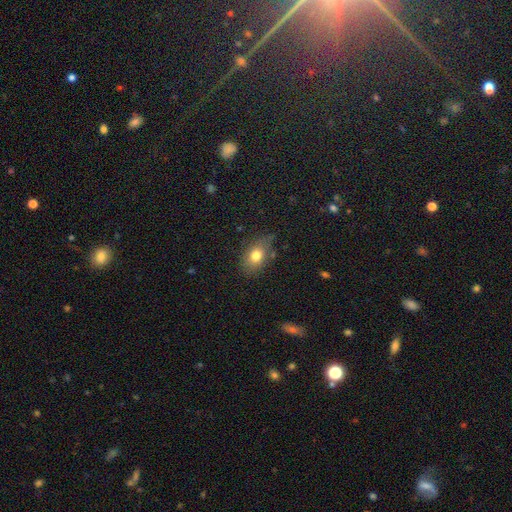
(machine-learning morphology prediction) A smooth galaxy with no disk features (77%) that is in between round and cigar-shaped (75%). Merging: none (72%).